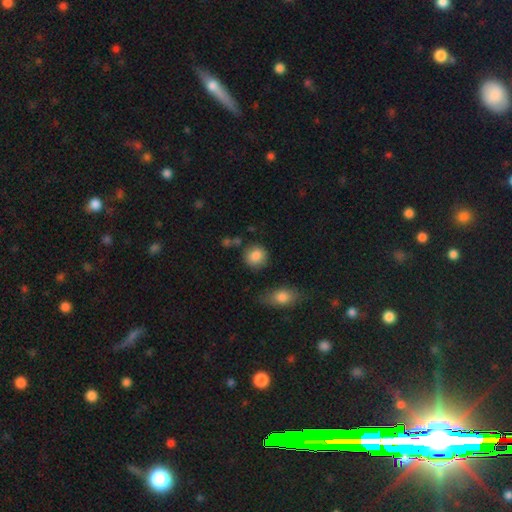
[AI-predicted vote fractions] The model was most divided on "merging": none: 79%, minor disturbance: 12%, merger: 5%, major disturbance: 4%. More confident: smooth or featured — smooth (86%); how rounded — round (83%).